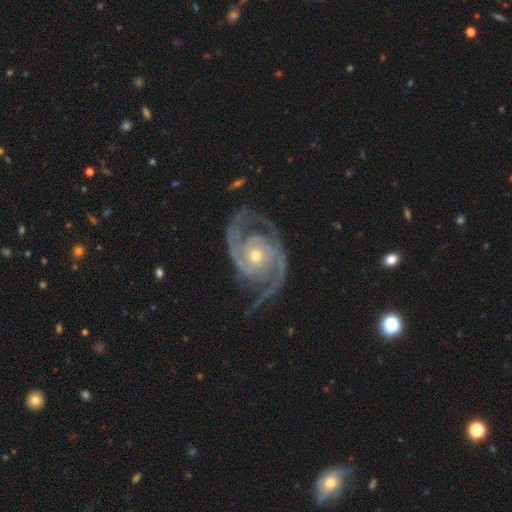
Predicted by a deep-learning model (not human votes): This is clearly a featured or disk galaxy (93%). It is clearly not viewed edge-on (97%). Bar: likely no (71%). Spiral arm pattern: clearly yes (98%). Spiral arm count: likely 2 (76%). Spiral winding: possibly medium (47%). Central bulge: possibly small (54%). Merging: likely none (71%).